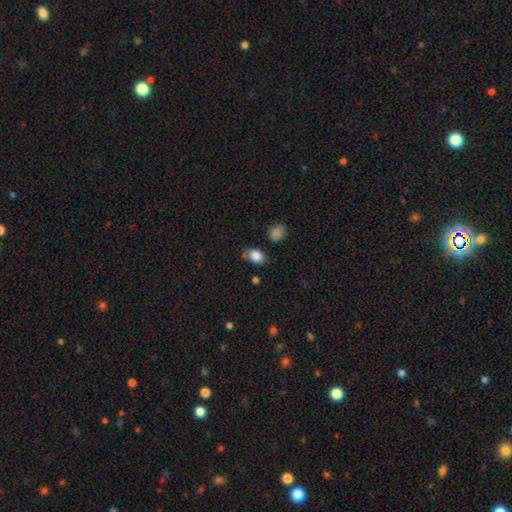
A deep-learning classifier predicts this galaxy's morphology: type=smooth (84%); roundness=in between (75%); merging=none (69%).